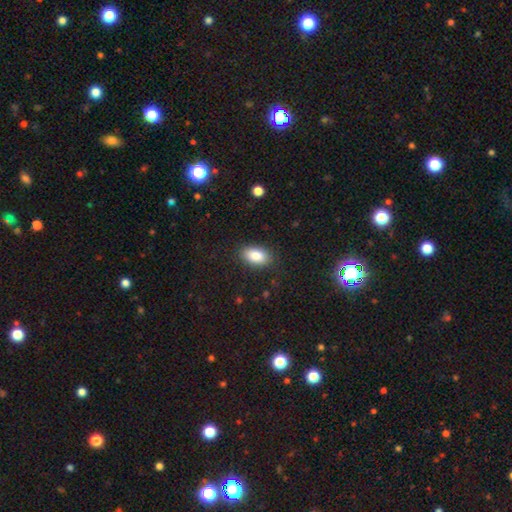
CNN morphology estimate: A smooth galaxy with no disk features (87%) that is in between round and cigar-shaped (92%). Merging: none (86%).